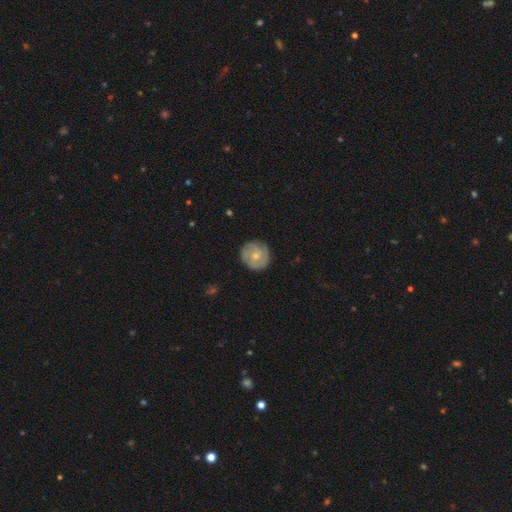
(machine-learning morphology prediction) Smooth or featured? featured or disk (55%)
Edge-on disk? no (98%)
Bar? no (76%)
Spiral arms? yes (82%)
Bulge size? small (48%)
Merging? none (82%)